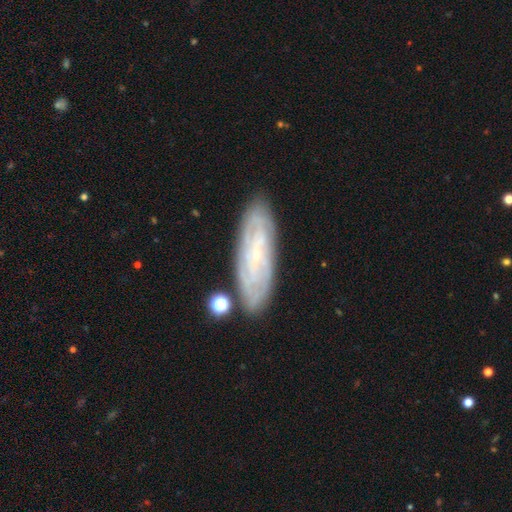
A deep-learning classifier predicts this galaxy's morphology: This appears to be a featured or disk galaxy (74%) with no bar (57%), tight (70%) spiral arms (87%) and a small central bulge (84%). Merging: none (81%).